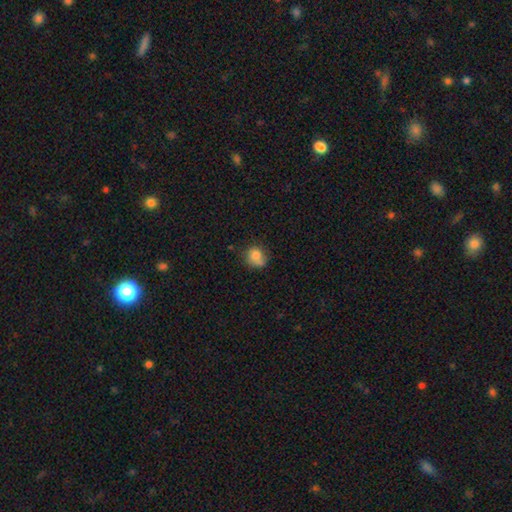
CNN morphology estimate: This is likely a smooth galaxy (77%). How rounded: likely round (76%). Merging: possibly none (51%).